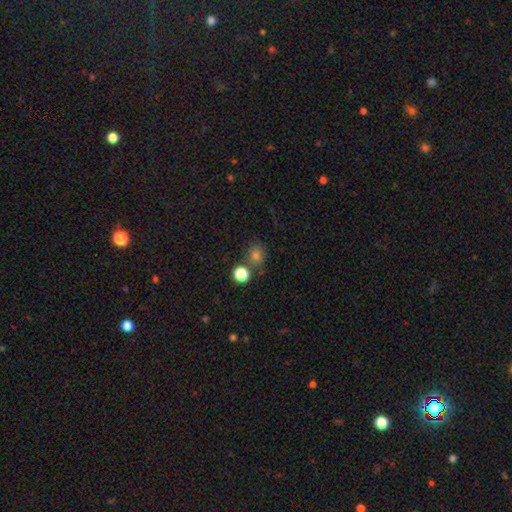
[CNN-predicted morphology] Smooth or featured? Predicted: smooth (p=0.73). How rounded? Predicted: round (p=0.72). Merging? Predicted: none (p=0.72).